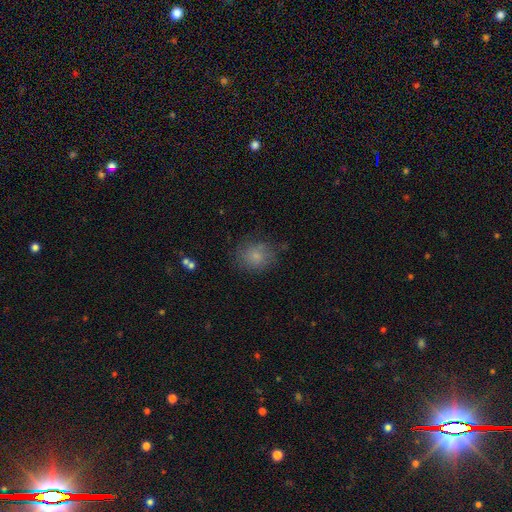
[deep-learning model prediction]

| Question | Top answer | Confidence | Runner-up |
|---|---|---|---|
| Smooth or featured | smooth | 77% | featured or disk (13%) |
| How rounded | round | 67% | in between (32%) |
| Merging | none | 72% | minor disturbance (19%) |